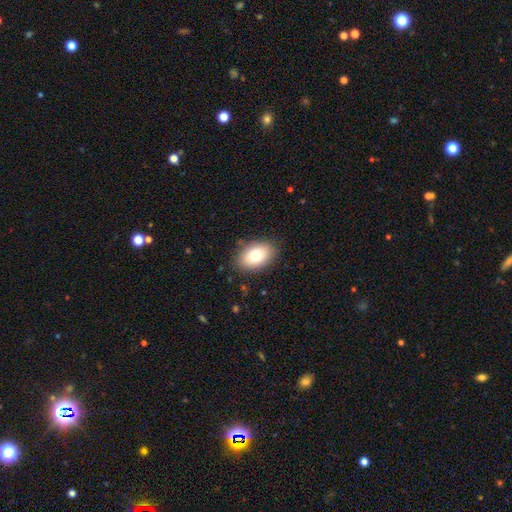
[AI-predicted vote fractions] The model was most divided on "smooth or featured": smooth: 78%, featured or disk: 14%, star or artifact: 8%. More confident: merging — none (86%); how rounded — in between (84%).